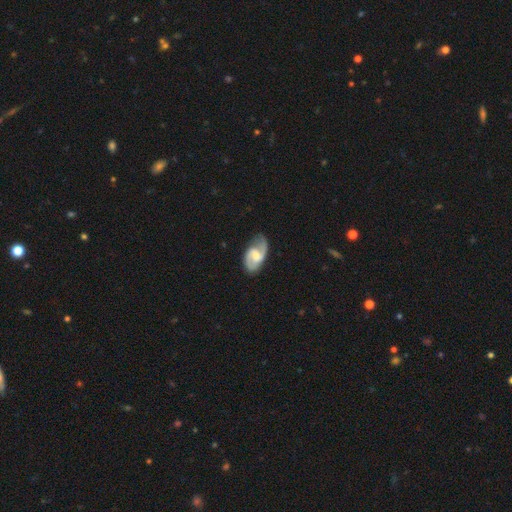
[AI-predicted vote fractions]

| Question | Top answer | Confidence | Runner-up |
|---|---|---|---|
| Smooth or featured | featured or disk | 81% | smooth (14%) |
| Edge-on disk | no | 97% | yes (3%) |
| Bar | weak | 54% | no (32%) |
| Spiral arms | yes | 95% | no (5%) |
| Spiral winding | medium | 53% | loose (24%) |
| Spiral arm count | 2 | 89% | can't tell (5%) |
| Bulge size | moderate | 52% | small (34%) |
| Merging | none | 73% | minor disturbance (19%) |